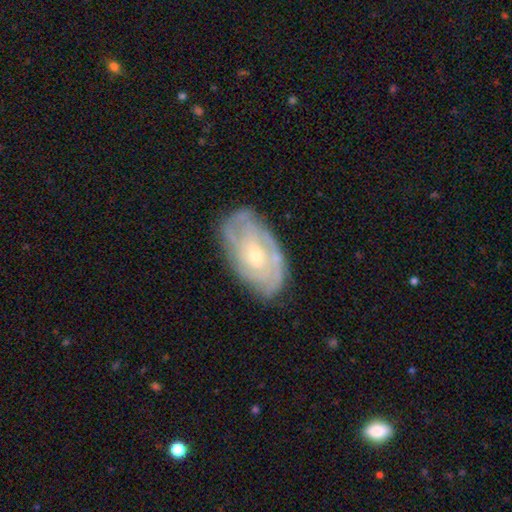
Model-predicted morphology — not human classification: This is likely a featured or disk galaxy (77%). It is clearly not viewed edge-on (95%). Bar: likely no (67%). Spiral arm pattern: clearly yes (87%). Spiral arm count: possibly can't tell (47%). Spiral winding: likely tight (67%). Central bulge: likely small (61%). Merging: likely none (74%).